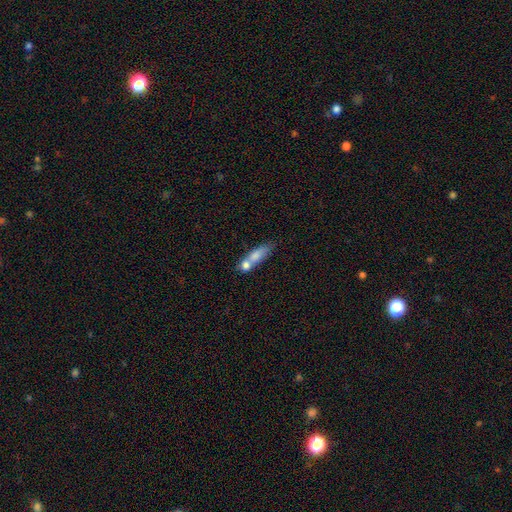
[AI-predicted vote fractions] smooth_or_featured: smooth (p=0.67) [alt: featured or disk p=0.25]
how_rounded: cigar-shaped (p=0.48) [alt: in between p=0.44]
merging: merger (p=0.48) [alt: none p=0.31]